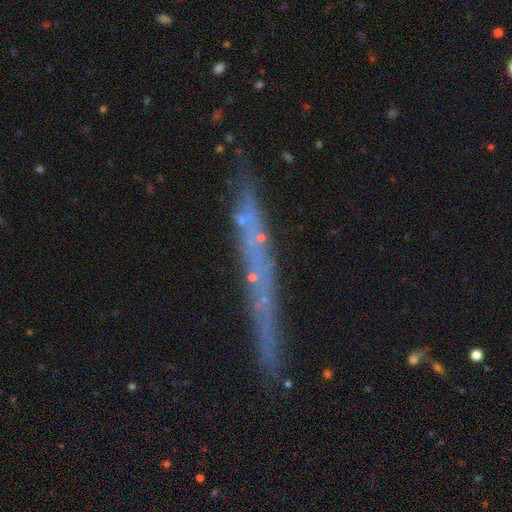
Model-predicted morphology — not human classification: featured or disk 51%, smooth 31%, star or artifact 18%. Down the decision tree: edge-on disk — yes (85%); merging — none (79%).